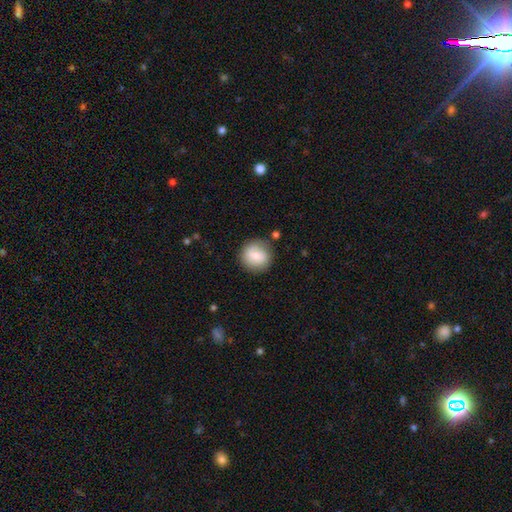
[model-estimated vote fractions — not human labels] Smooth or featured: smooth — 75% (featured or disk — 18%)
How rounded: round — 92% (in between — 7%)
Merging: none — 83% (minor disturbance — 11%)